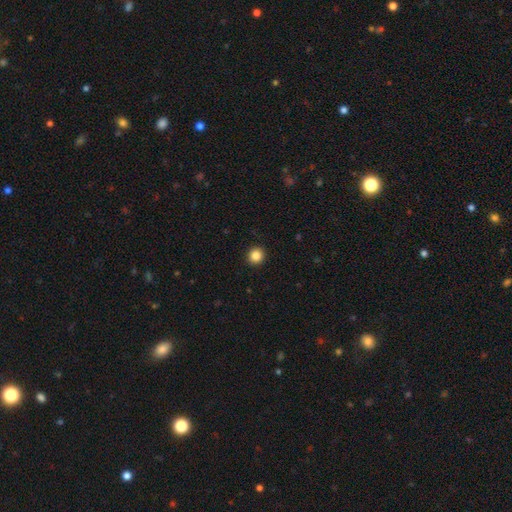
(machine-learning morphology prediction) type=smooth (86%); roundness=round (90%); merging=none (93%).